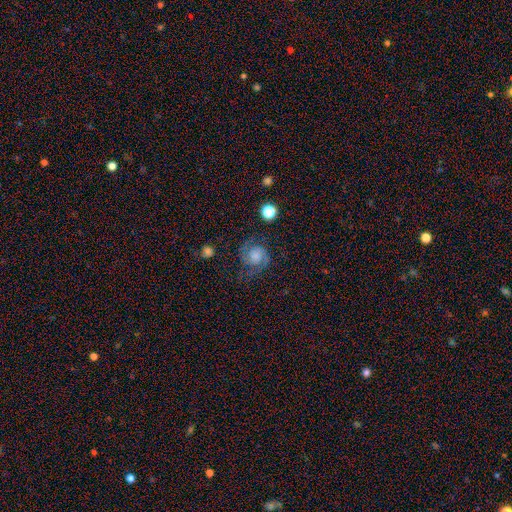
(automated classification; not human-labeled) Smooth or featured? featured or disk (69%)
Edge-on disk? no (98%)
Bar? no (74%)
Spiral arms? yes (95%)
Spiral winding? medium (44%)
Spiral arm count? 2 (81%)
Bulge size? moderate (28%)
Merging? none (69%)